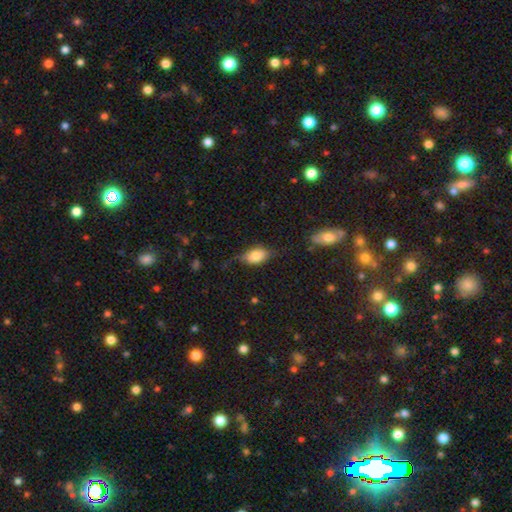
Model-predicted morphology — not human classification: Smooth or featured?
  - smooth: 69% *
  - featured or disk: 22%
  - star or artifact: 8%
How rounded?
  - in between: 86% *
  - round: 10%
  - cigar-shaped: 4%
Merging?
  - none: 49% *
  - minor disturbance: 31%
  - major disturbance: 17%
  - merger: 3%